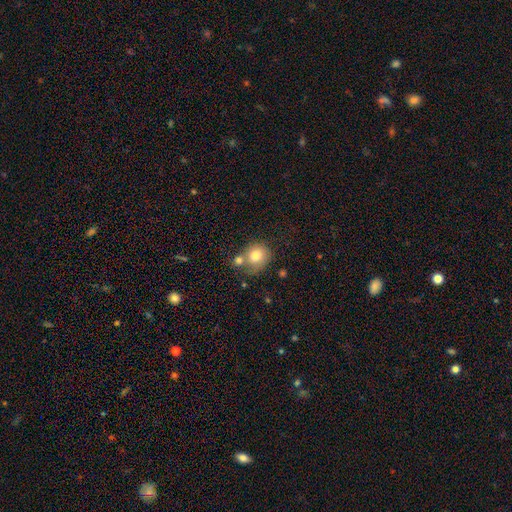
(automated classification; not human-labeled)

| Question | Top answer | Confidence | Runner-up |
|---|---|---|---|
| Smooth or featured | smooth | 79% | featured or disk (13%) |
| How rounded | round | 77% | in between (22%) |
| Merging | none | 41% | merger (37%) |